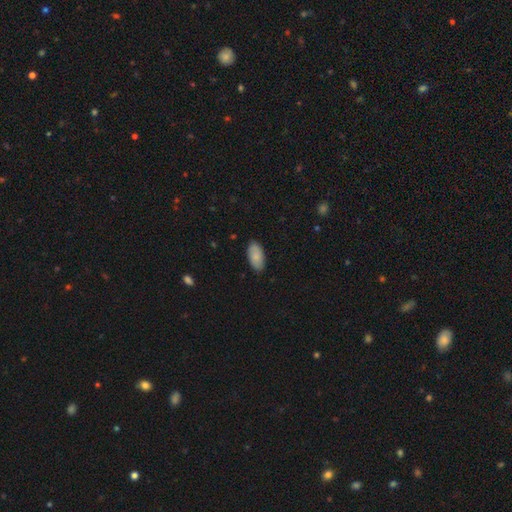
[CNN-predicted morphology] Smooth or featured? smooth (83%)
How rounded? in between (94%)
Merging? none (86%)